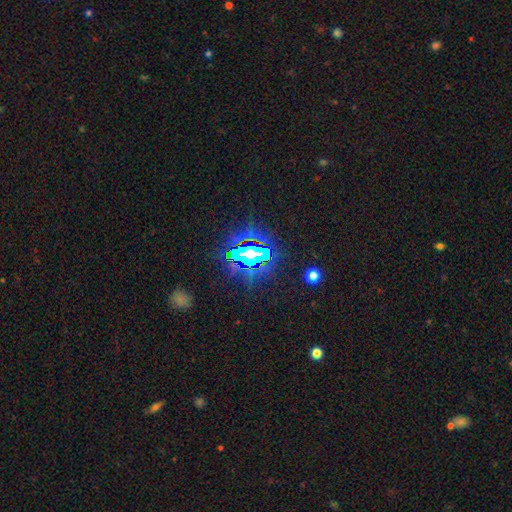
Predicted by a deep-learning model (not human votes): A star or artifact, not a galaxy (83%).